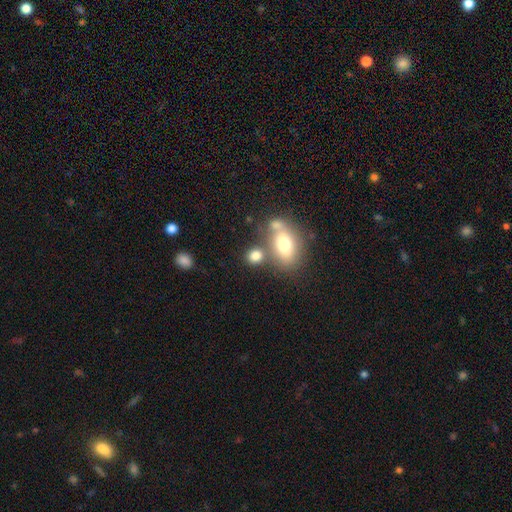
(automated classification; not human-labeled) smooth 79%, star or artifact 11%, featured or disk 10%. Down the decision tree: how rounded — round (55%); merging — none (55%).